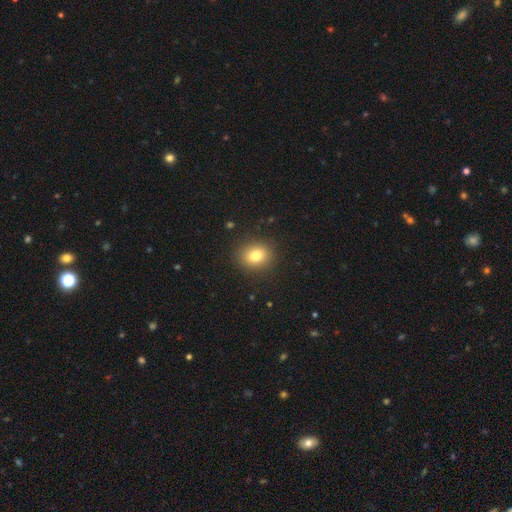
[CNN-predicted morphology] The model was most divided on "how rounded": round: 67%, in between: 32%, cigar-shaped: 1%. More confident: merging — none (89%); smooth or featured — smooth (80%).